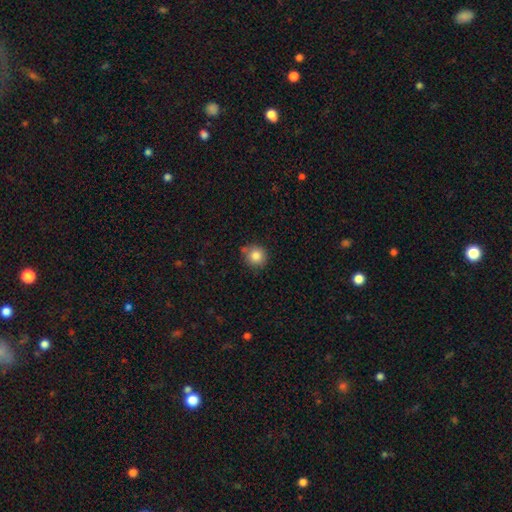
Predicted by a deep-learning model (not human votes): Smooth or featured?
  - smooth: 83% *
  - star or artifact: 10%
  - featured or disk: 7%
How rounded?
  - round: 91% *
  - in between: 8%
  - cigar-shaped: 1%
Merging?
  - none: 76% *
  - minor disturbance: 17%
  - merger: 4%
  - major disturbance: 3%